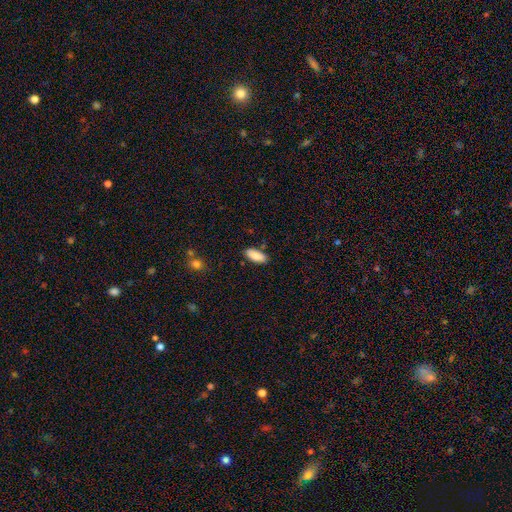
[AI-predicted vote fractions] smooth 86%, featured or disk 7%, star or artifact 7%. Down the decision tree: how rounded — in between (85%); merging — none (83%).